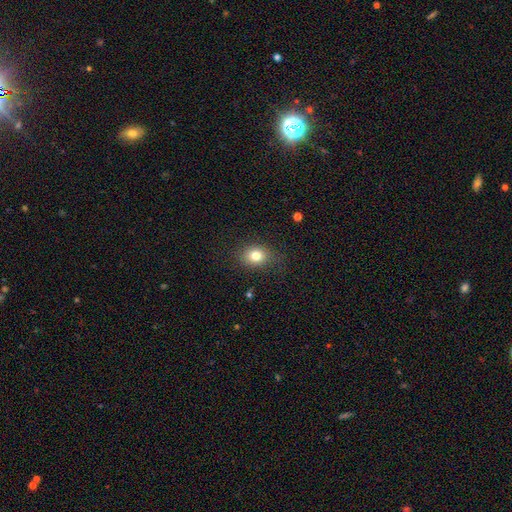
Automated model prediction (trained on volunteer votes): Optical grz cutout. It shows a smooth galaxy with no disk features (79%) that is in between round and cigar-shaped (54%). Merging: none (80%).